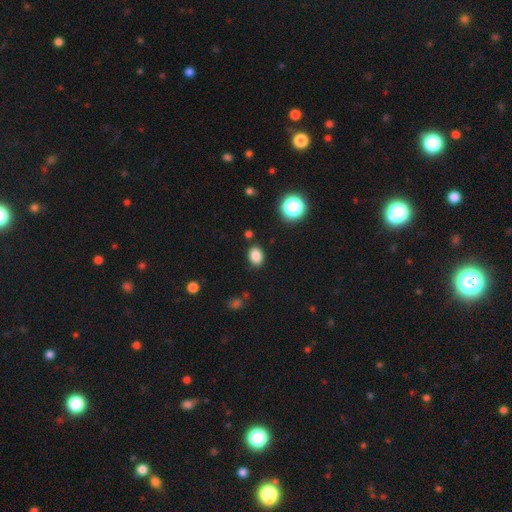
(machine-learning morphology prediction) smooth-or-featured: smooth: 84% | star or artifact: 12% | featured or disk: 4%
  how-rounded: in between: 71% | round: 28% | cigar-shaped: 1%
  merging: none: 85% | minor disturbance: 10% | major disturbance: 3% | merger: 2%